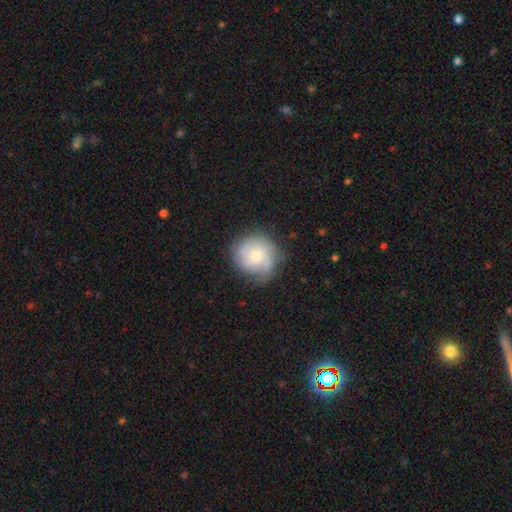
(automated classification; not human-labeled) Smooth or featured? featured or disk (54%)
Edge-on disk? no (98%)
Bar? no (76%)
Spiral arms? yes (87%)
Bulge size? moderate (46%)
Merging? none (71%)